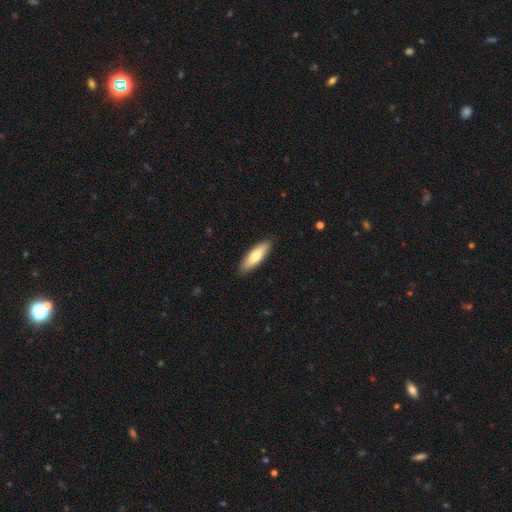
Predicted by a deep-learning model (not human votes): Smooth or featured? smooth (75%)
How rounded? in between (50%)
Merging? none (89%)